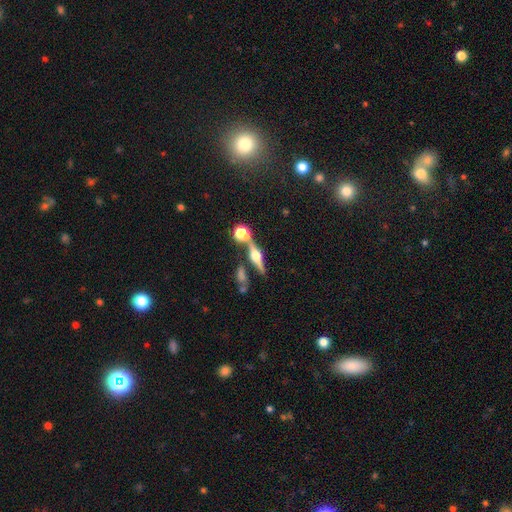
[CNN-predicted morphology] Overall: featured or disk (76%). Edge-on disk: yes (94%). Edge-on bulge: rounded (95%). Merging: none (68%).